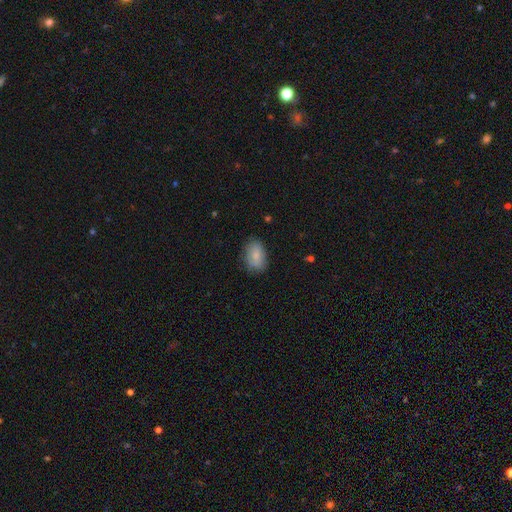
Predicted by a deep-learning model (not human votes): Smooth or featured?
  - smooth: 80% *
  - featured or disk: 13%
  - star or artifact: 7%
How rounded?
  - in between: 87% *
  - round: 12%
  - cigar-shaped: 1%
Merging?
  - none: 77% *
  - minor disturbance: 18%
  - major disturbance: 4%
  - merger: 1%